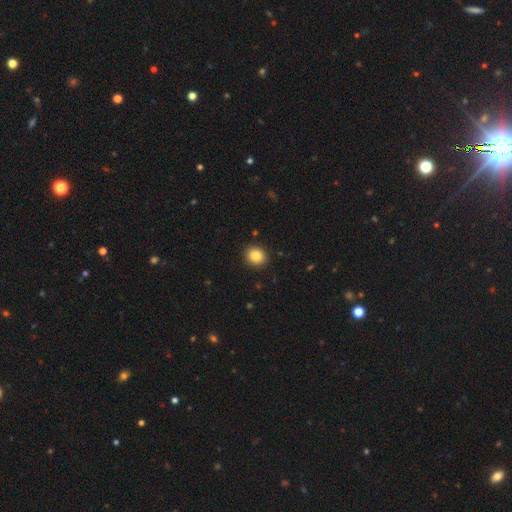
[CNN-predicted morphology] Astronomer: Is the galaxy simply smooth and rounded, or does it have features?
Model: smooth — 85%.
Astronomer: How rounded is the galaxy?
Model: round — 76%.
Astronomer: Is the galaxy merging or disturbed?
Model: none — 91%.